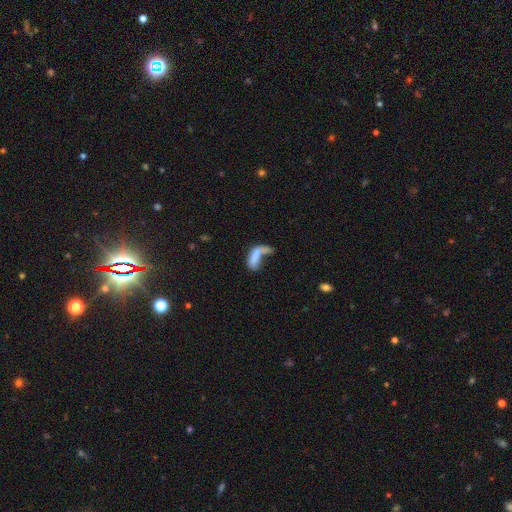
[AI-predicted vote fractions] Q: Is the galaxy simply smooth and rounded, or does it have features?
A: smooth — 64%.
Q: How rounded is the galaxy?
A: in between — 68%.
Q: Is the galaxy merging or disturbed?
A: major disturbance — 36%.